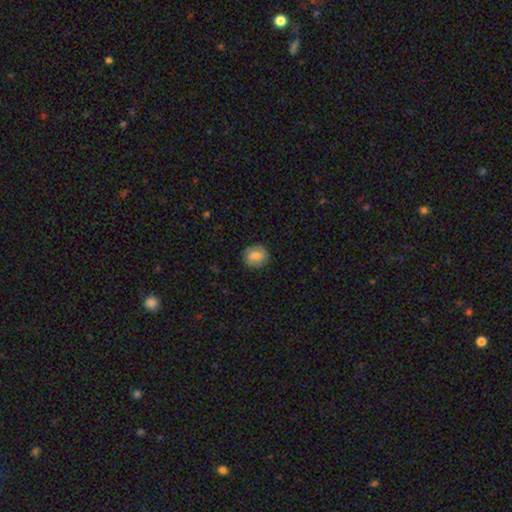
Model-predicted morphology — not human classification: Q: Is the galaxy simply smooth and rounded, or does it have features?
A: smooth — 71%.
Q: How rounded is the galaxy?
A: round — 65%.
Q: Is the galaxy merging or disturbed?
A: none — 84%.